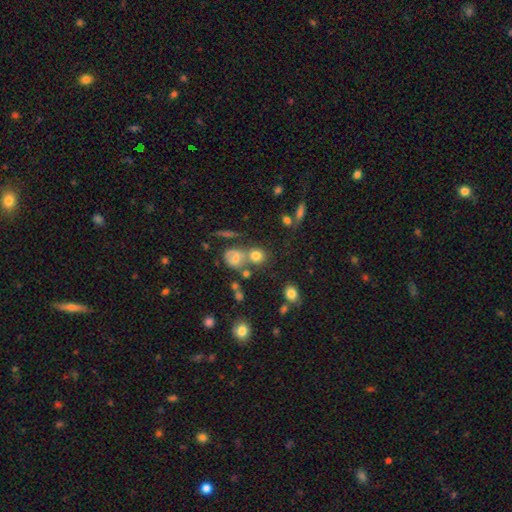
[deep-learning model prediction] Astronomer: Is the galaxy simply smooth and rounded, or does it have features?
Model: smooth — 72%.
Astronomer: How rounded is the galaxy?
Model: round — 82%.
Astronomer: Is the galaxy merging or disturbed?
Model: none — 51% (runner-up: merger, 31%).